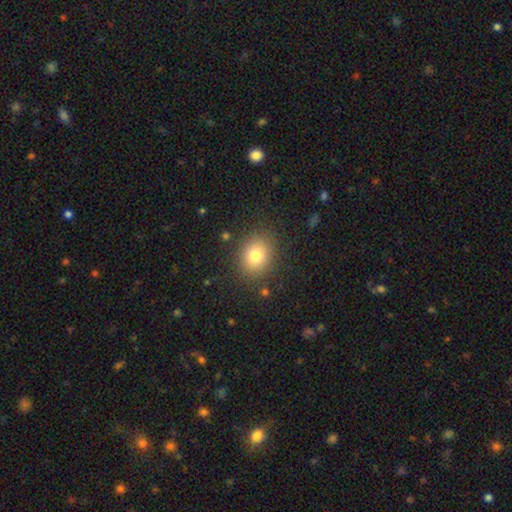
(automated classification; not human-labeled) smooth_or_featured: smooth (p=0.77) [alt: star or artifact p=0.13]
how_rounded: round (p=0.61) [alt: in between p=0.38]
merging: none (p=0.86) [alt: minor disturbance p=0.09]